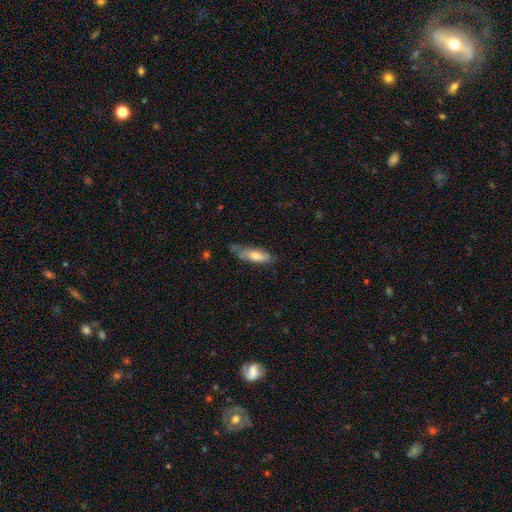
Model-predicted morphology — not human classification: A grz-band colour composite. It shows a smooth galaxy with no disk features (64%) that is in between round and cigar-shaped (54%). Merging: none (58%).